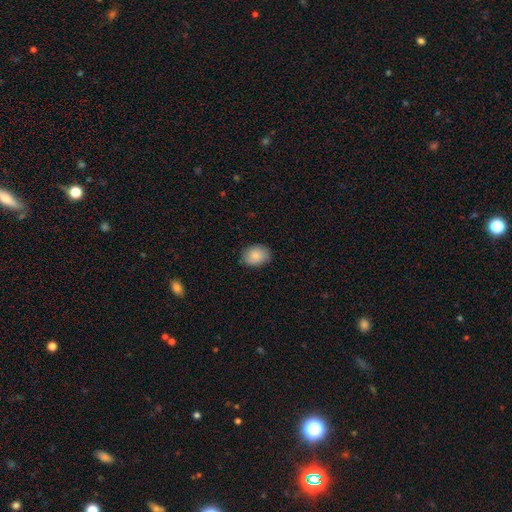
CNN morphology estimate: smooth-or-featured: smooth: 87% | star or artifact: 7% | featured or disk: 6%
  how-rounded: in between: 67% | round: 32% | cigar-shaped: 1%
  merging: none: 83% | minor disturbance: 13% | major disturbance: 3% | merger: 1%